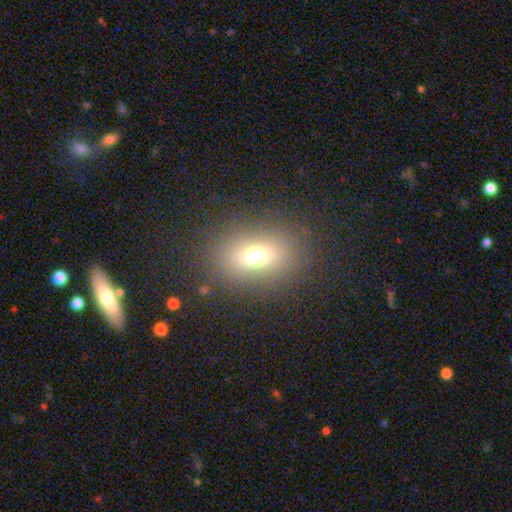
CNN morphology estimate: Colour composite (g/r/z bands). It shows a smooth galaxy with no disk features (65%) that is in between round and cigar-shaped (62%). Merging: none (82%).